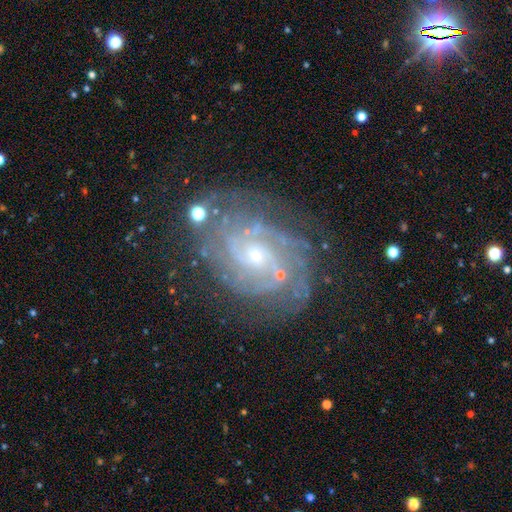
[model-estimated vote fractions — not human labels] Smooth or featured? featured or disk (86%)
Edge-on disk? no (97%)
Bar? no (70%)
Spiral arms? yes (96%)
Spiral winding? tight (65%)
Spiral arm count? can't tell (28%)
Bulge size? small (72%)
Merging? none (71%)